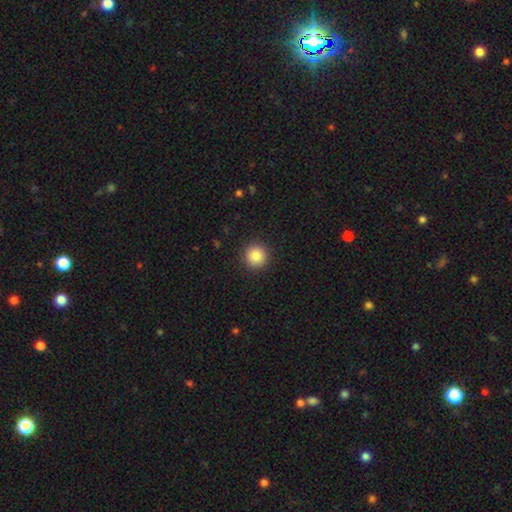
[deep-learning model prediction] Smooth or featured: smooth — 86% (star or artifact — 9%)
How rounded: round — 95% (in between — 4%)
Merging: none — 92% (minor disturbance — 5%)